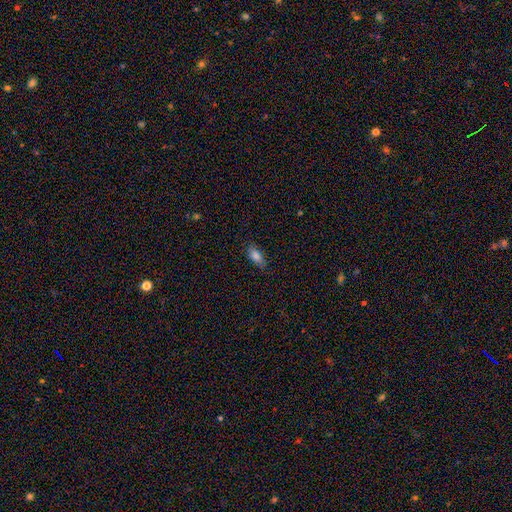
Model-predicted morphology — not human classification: A smooth galaxy with no disk features (83%) that is in between round and cigar-shaped (82%).

Vote fractions:
- Smooth or featured? smooth: 83% / featured or disk: 9% / star or artifact: 8%
- How rounded? in between: 82% / cigar-shaped: 14% / round: 3%
- Merging? none: 82% / minor disturbance: 14% / major disturbance: 3% / merger: 1%